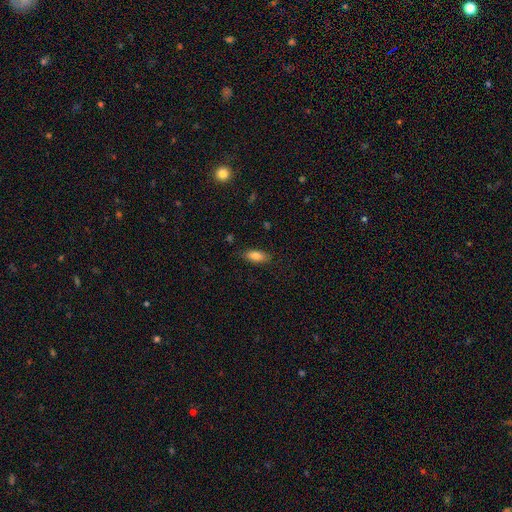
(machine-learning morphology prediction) This appears to be a smooth galaxy with no disk features (81%) that is in between round and cigar-shaped (82%). Merging: none (84%).